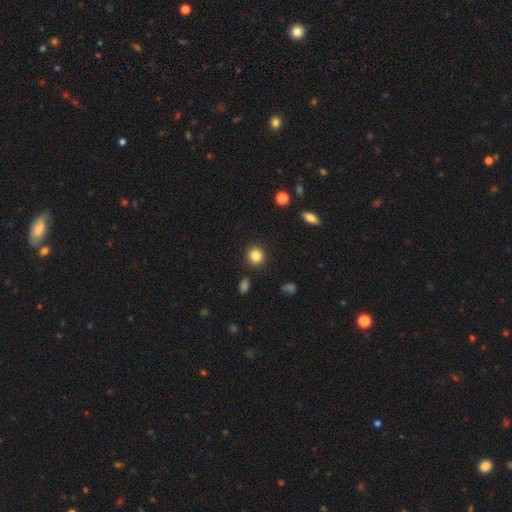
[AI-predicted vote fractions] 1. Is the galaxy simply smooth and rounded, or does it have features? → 85% smooth, 10% star or artifact, 6% featured or disk.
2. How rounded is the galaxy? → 88% round, 11% in between, 1% cigar-shaped.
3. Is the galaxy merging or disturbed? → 89% none, 7% minor disturbance, 2% major disturbance, 2% merger.